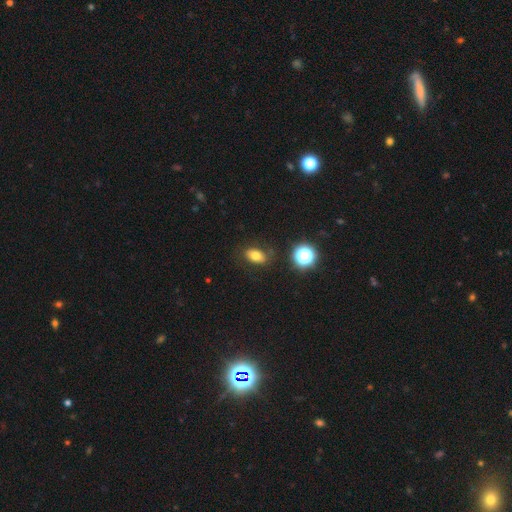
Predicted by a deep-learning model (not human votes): Overall: smooth (74%). How rounded: in between (84%). Merging: none (81%).